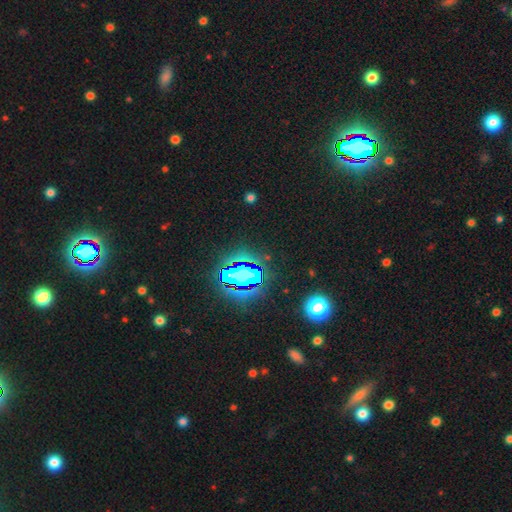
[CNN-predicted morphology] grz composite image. It shows a star or artifact, not a galaxy (83%).